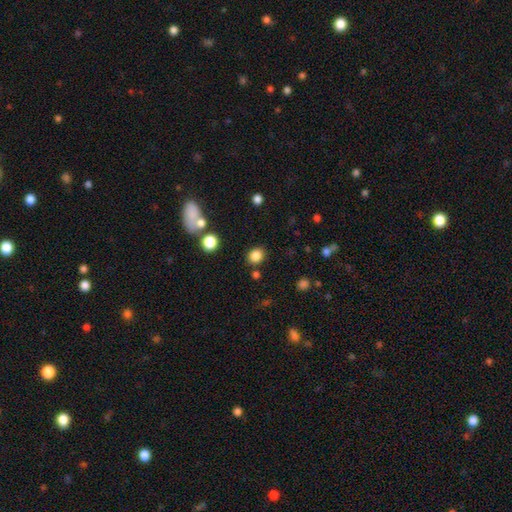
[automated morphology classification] Smooth or featured? smooth (84%)
How rounded? round (67%)
Merging? none (84%)